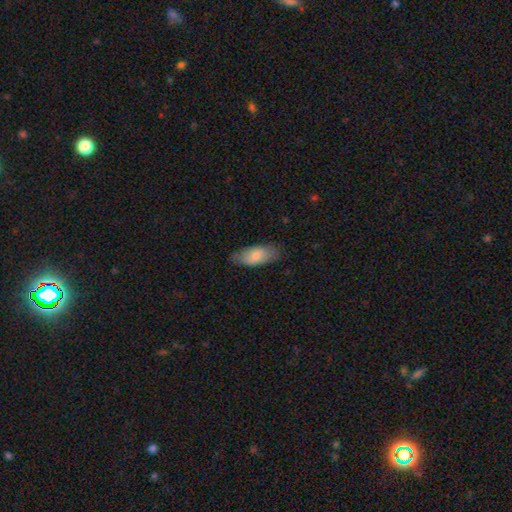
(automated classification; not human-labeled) Smooth or featured? smooth (76%)
How rounded? in between (84%)
Merging? none (79%)